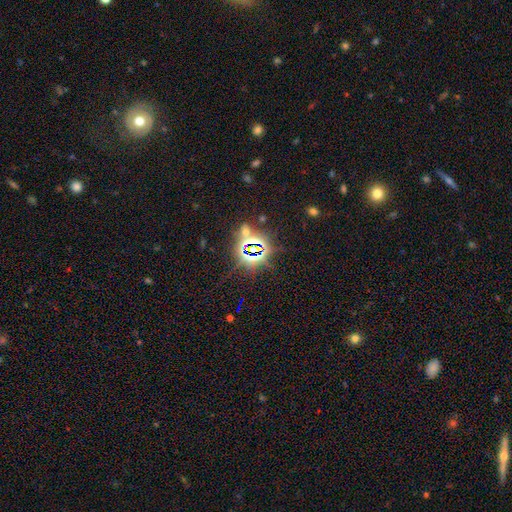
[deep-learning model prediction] Q: Smooth or featured?
A: star or artifact (81%); runner-up: smooth (10%)